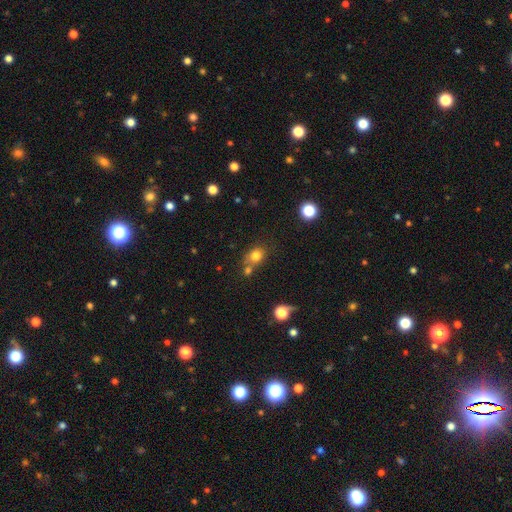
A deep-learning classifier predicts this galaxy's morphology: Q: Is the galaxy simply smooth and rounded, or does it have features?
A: smooth — 78%.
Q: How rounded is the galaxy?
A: round — 63%.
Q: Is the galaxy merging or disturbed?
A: none — 52%.